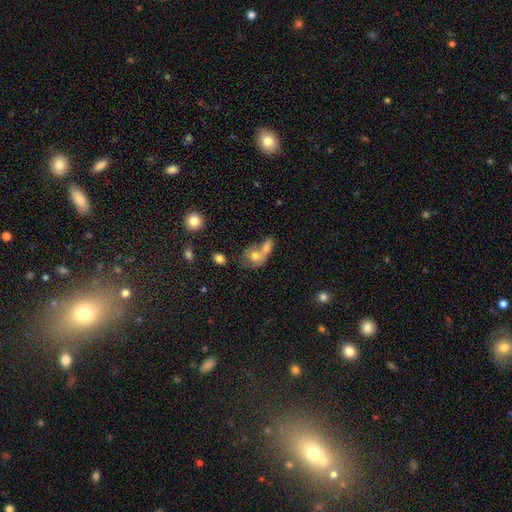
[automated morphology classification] Overall: smooth (59%; featured or disk 29%). How rounded: round (49%; in between 48%). Merging: merger (60%; none 25%).